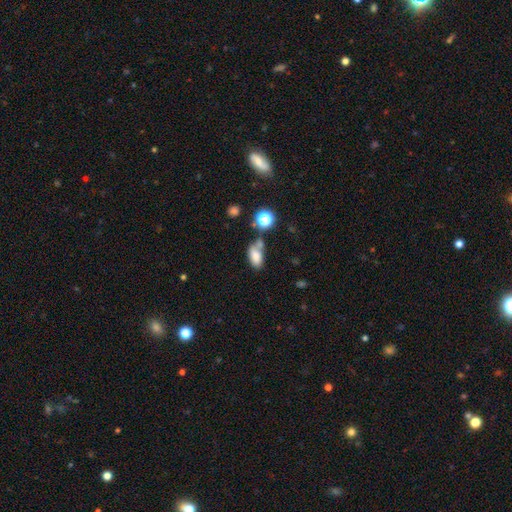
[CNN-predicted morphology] type=smooth (78%); roundness=in between (89%); merging=none (45%).